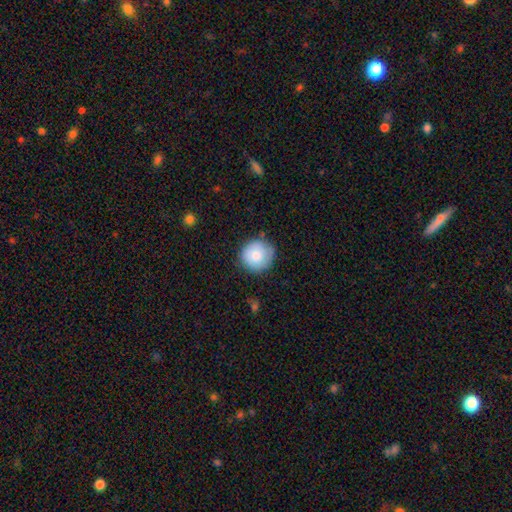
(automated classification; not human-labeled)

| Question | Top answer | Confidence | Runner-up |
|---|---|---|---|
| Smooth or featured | smooth | 80% | featured or disk (13%) |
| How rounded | round | 94% | in between (6%) |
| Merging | none | 79% | minor disturbance (16%) |